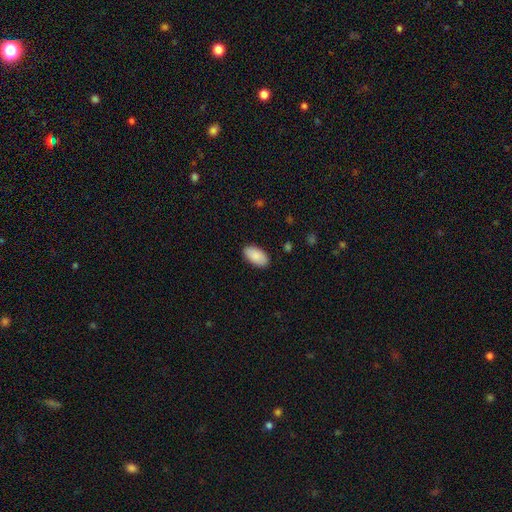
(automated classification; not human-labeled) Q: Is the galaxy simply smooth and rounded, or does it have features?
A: smooth — 89%.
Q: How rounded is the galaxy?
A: in between — 96%.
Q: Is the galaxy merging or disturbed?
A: none — 88%.